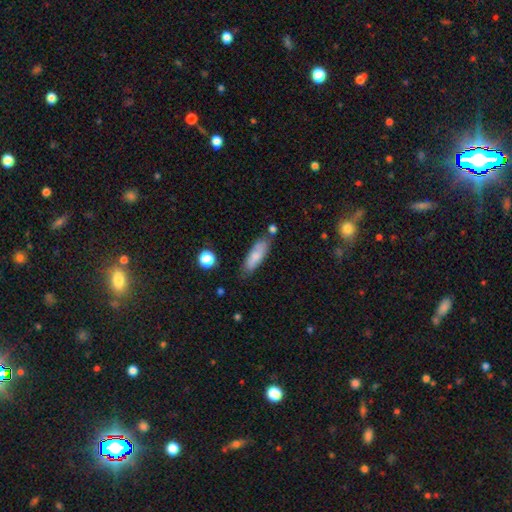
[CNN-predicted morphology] Smooth or featured?
  - smooth: 78% *
  - featured or disk: 16%
  - star or artifact: 7%
How rounded?
  - in between: 49% * (tied)
  - cigar-shaped: 49% * (tied)
  - round: 2%
Merging?
  - none: 71% *
  - minor disturbance: 18%
  - merger: 7%
  - major disturbance: 4%